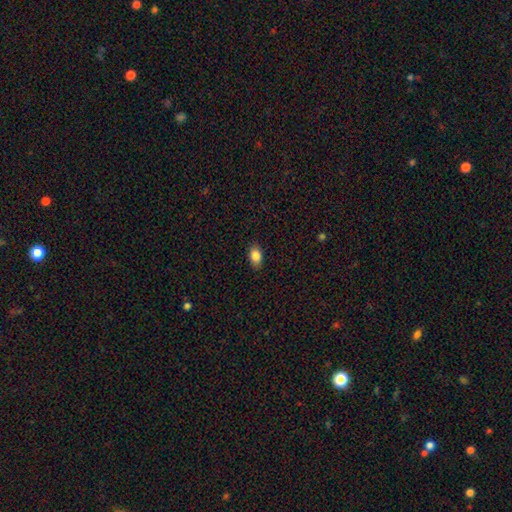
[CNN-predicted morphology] Overall: smooth (86%). How rounded: in between (88%). Merging: none (87%).